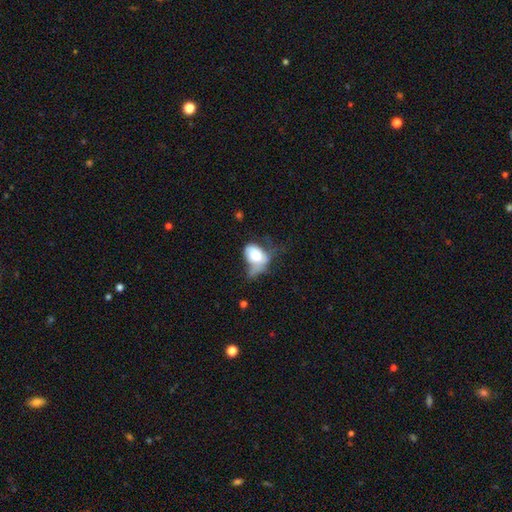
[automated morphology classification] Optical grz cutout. It shows a smooth galaxy with no disk features (67%) that is in between round and cigar-shaped (81%). Merging: major disturbance (40%).